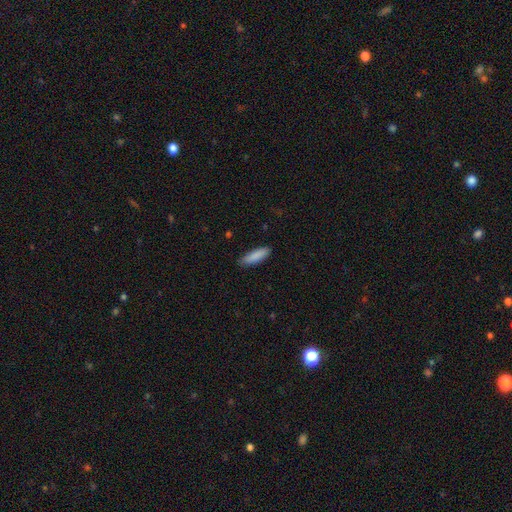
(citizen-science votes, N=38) A smooth galaxy with no disk features (87%) that is in between round and cigar-shaped (52%).

Vote fractions:
- Smooth or featured? smooth: 87% / featured or disk: 11% / star or artifact: 3%
- How rounded? in between: 52% / cigar-shaped: 48% / round: 0%
- Merging? none: 78% / minor disturbance: 16% / major disturbance: 5% / merger: 0%